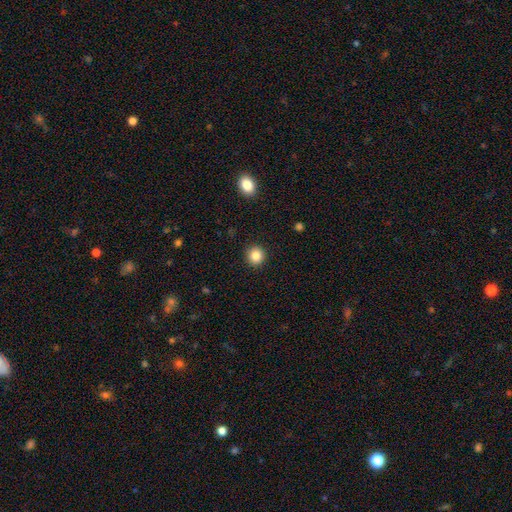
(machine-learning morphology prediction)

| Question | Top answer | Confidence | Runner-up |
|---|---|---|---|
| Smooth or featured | smooth | 84% | star or artifact (11%) |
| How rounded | round | 93% | in between (6%) |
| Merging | none | 92% | minor disturbance (5%) |